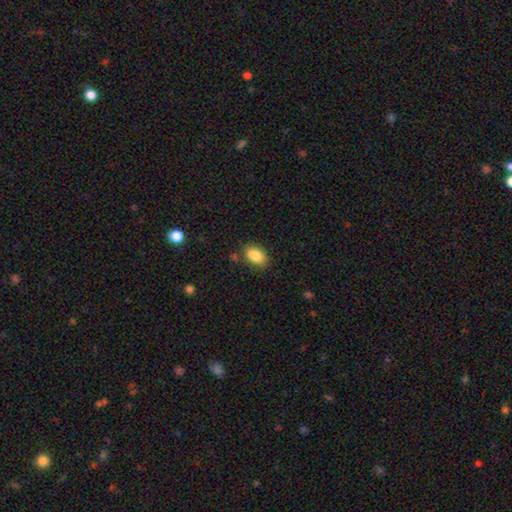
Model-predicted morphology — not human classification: type=smooth (86%); roundness=in between (87%); merging=none (81%).